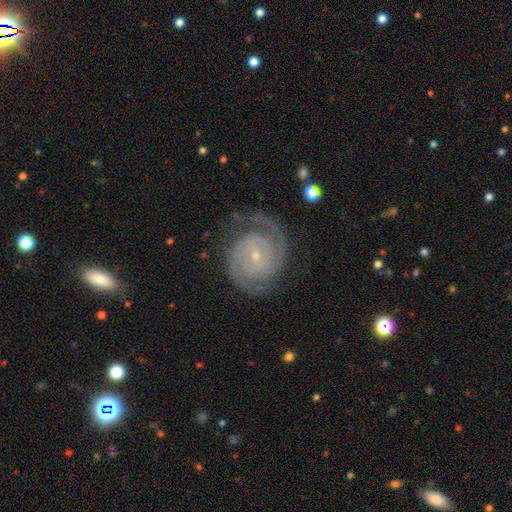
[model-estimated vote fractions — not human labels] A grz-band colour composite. It shows a featured or disk galaxy (91%) with no bar (63%), 2 (85%) tight (67%) spiral arms (98%) and a small central bulge (81%). Merging: none (79%).